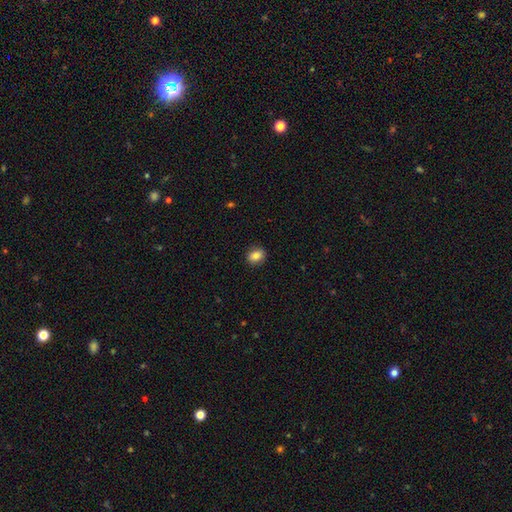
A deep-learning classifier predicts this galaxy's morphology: A smooth galaxy with no disk features (84%) that is in between round and cigar-shaped (50%). Merging: none (90%).